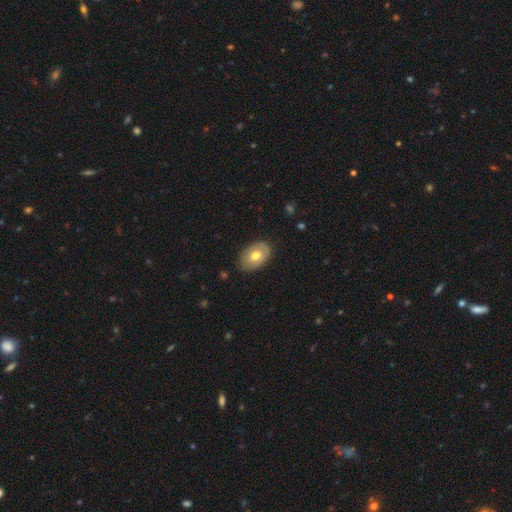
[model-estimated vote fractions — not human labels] Smooth or featured? Predicted: smooth (p=0.59). How rounded? Predicted: in between (p=0.85). Merging? Predicted: none (p=0.79).